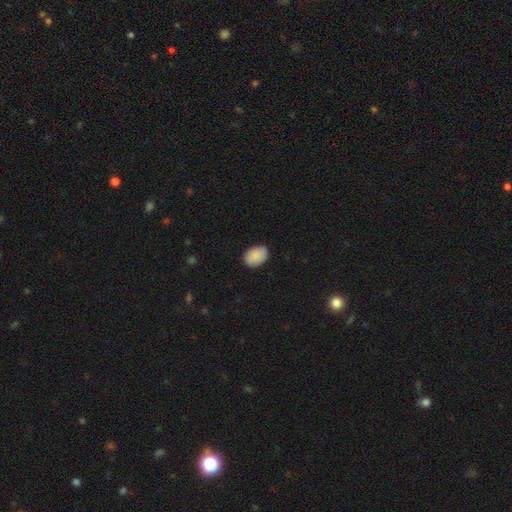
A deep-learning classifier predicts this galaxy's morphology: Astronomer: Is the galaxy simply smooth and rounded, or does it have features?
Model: smooth — 89%.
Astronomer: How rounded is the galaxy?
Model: in between — 77%.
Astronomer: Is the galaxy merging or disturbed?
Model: none — 83%.